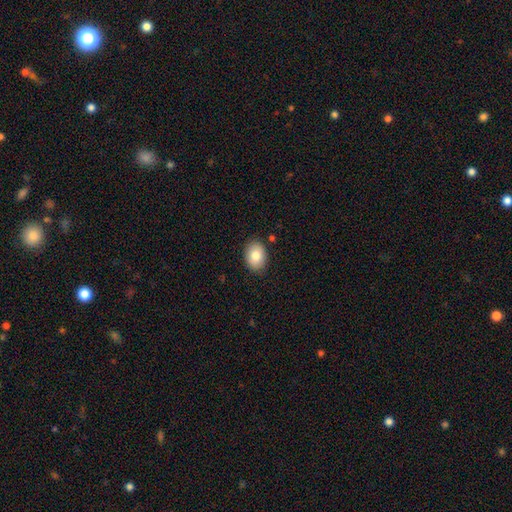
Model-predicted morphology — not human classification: Q: Smooth or featured?
A: smooth (81%); runner-up: featured or disk (11%)
Q: How rounded?
A: in between (75%); runner-up: round (24%)
Q: Merging?
A: none (87%); runner-up: minor disturbance (9%)